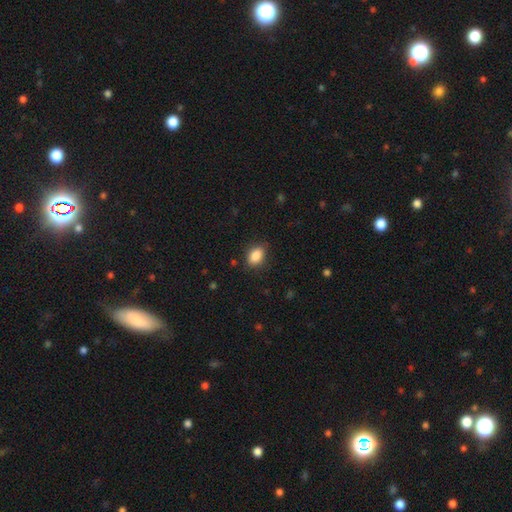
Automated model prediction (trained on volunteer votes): smooth-or-featured: smooth: 87% | star or artifact: 8% | featured or disk: 4%
  how-rounded: in between: 82% | round: 16% | cigar-shaped: 2%
  merging: none: 83% | minor disturbance: 13% | major disturbance: 3% | merger: 1%